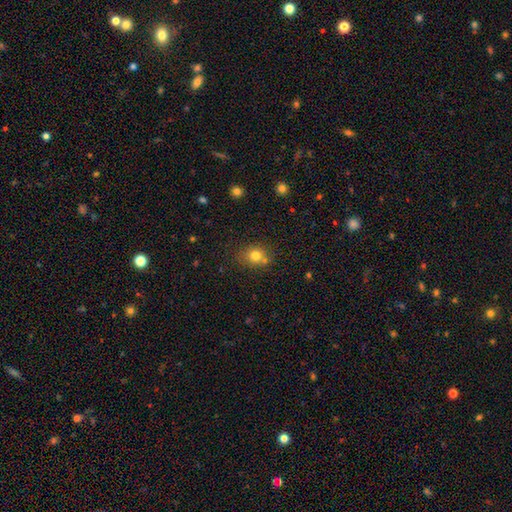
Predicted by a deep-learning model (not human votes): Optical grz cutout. It shows a smooth galaxy with no disk features (77%) that is round (69%). Merging: none (68%).